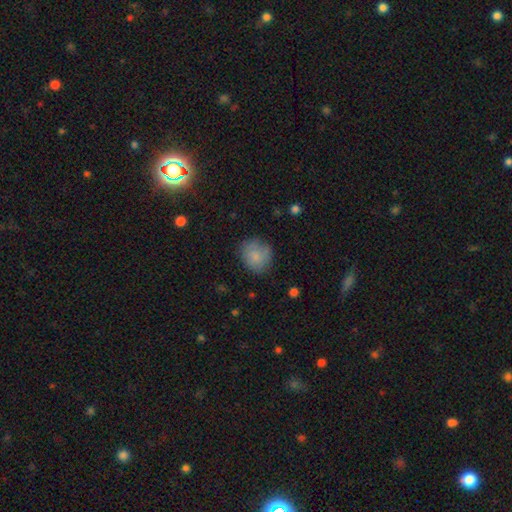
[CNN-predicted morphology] smooth 80%, featured or disk 12%, star or artifact 8%. Down the decision tree: how rounded — round (78%); merging — none (73%).